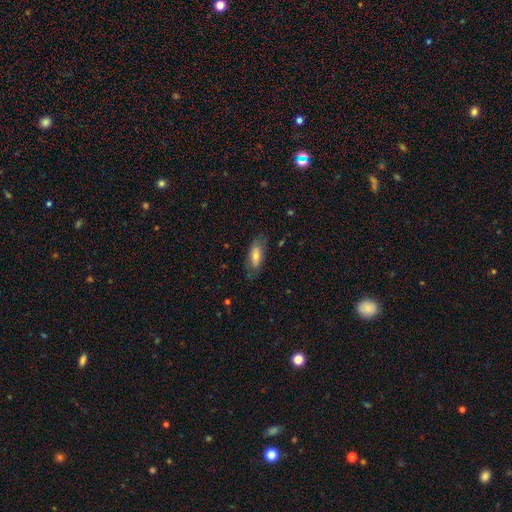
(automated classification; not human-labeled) This appears to be a smooth galaxy with no disk features (67%) that is in between round and cigar-shaped (71%). Merging: none (75%).